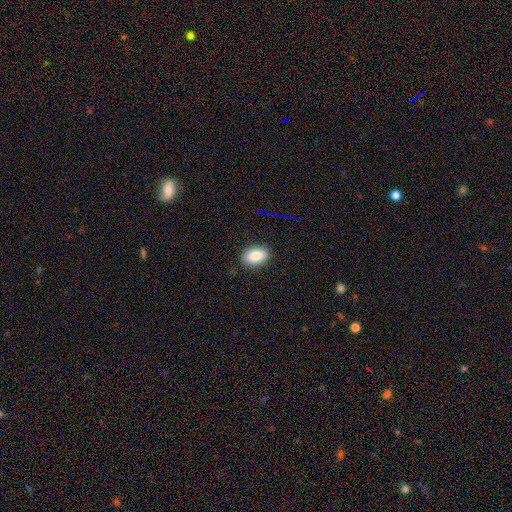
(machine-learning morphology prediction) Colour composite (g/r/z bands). It shows a smooth galaxy with no disk features (84%) that is in between round and cigar-shaped (87%). Merging: none (87%).